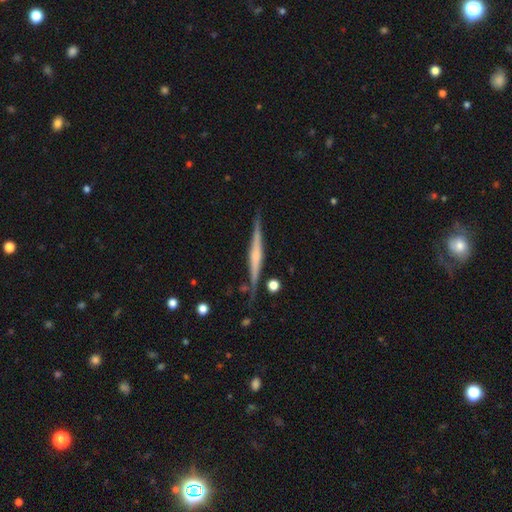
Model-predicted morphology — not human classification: Smooth or featured? featured or disk (71%)
Edge-on disk? yes (98%)
Edge-on bulge? rounded (50%)
Merging? none (84%)